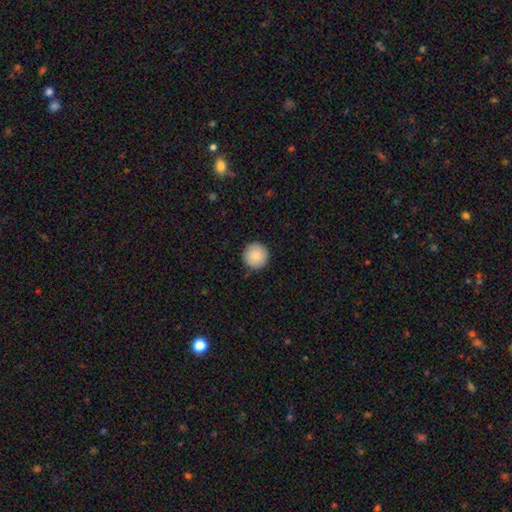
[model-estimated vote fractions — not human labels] smooth 87%, star or artifact 7%, featured or disk 5%. Down the decision tree: how rounded — round (96%); merging — none (91%).